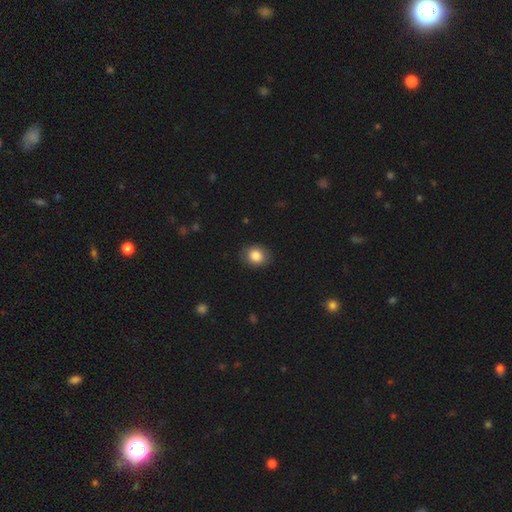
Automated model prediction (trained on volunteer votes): The model was most divided on "how rounded": round: 58%, in between: 42%, cigar-shaped: 1%. More confident: merging — none (87%); smooth or featured — smooth (84%).